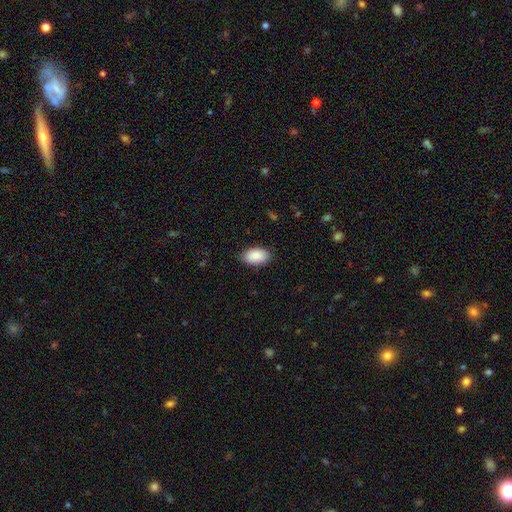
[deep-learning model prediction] smooth-or-featured: smooth: 89% | star or artifact: 6% | featured or disk: 4%
  how-rounded: in between: 95% | round: 4% | cigar-shaped: 1%
  merging: none: 86% | minor disturbance: 11% | major disturbance: 2% | merger: 1%